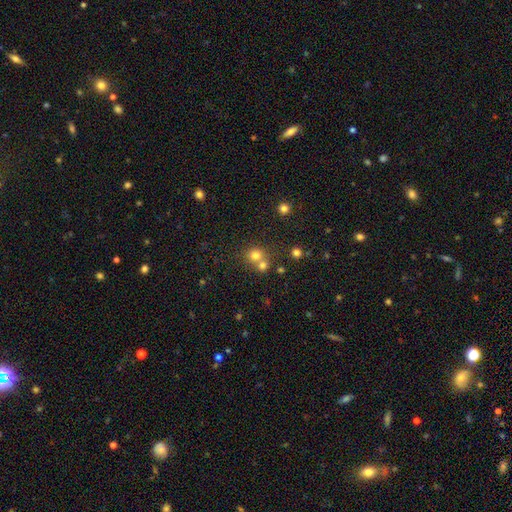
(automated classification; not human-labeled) A smooth galaxy with no disk features (75%) that is round (83%). Merging: none (47%).